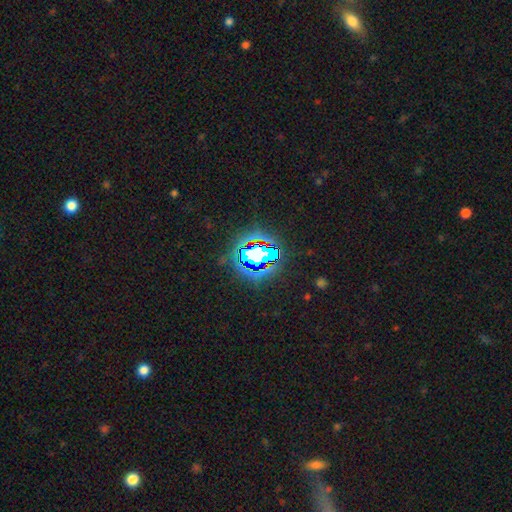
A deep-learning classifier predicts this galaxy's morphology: star or artifact 77%, smooth 13%, featured or disk 10%.